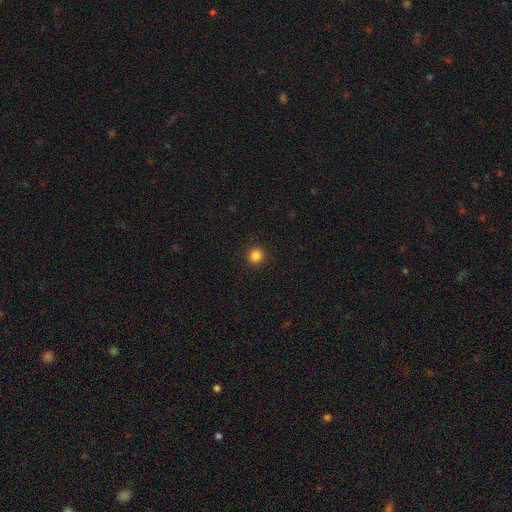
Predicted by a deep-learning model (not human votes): This is clearly a smooth galaxy (84%). How rounded: clearly round (95%). Merging: clearly none (93%).